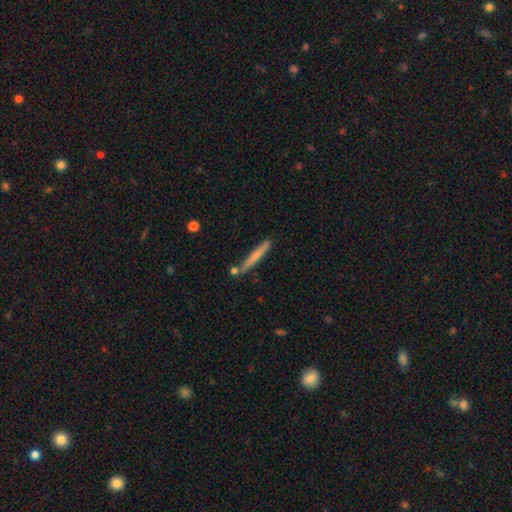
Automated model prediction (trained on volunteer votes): Smooth or featured?
  - smooth: 61% *
  - featured or disk: 34%
  - star or artifact: 6%
How rounded?
  - cigar-shaped: 96% *
  - in between: 3%
  - round: 1%
Merging?
  - none: 81% *
  - minor disturbance: 11%
  - merger: 5%
  - major disturbance: 2%